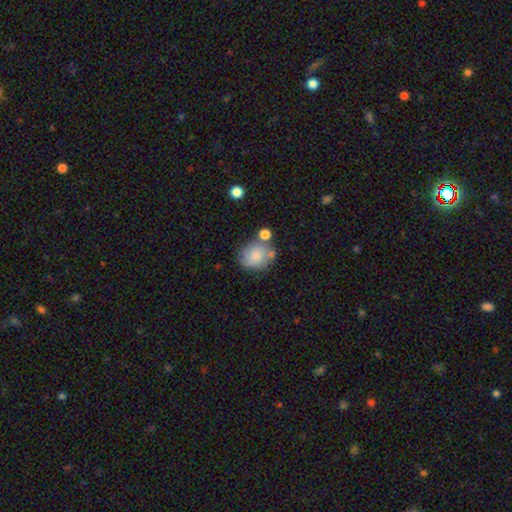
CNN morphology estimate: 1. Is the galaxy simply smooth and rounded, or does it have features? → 68% smooth, 23% featured or disk, 9% star or artifact.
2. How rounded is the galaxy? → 62% round, 37% in between, 1% cigar-shaped.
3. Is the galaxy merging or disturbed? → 52% none, 22% minor disturbance, 17% merger, 9% major disturbance.